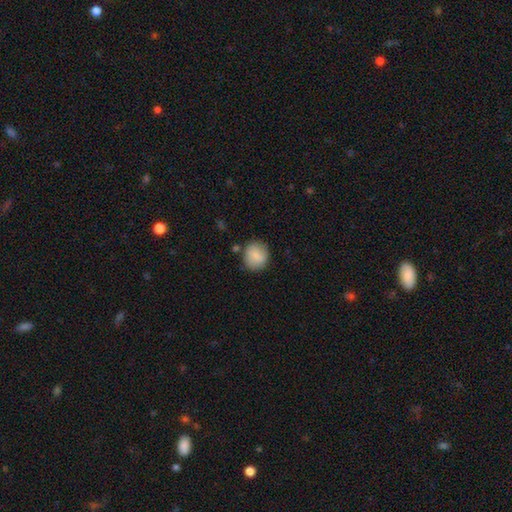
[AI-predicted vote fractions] Morphology: type=smooth (83%); roundness=round (81%); merging=none (76%).